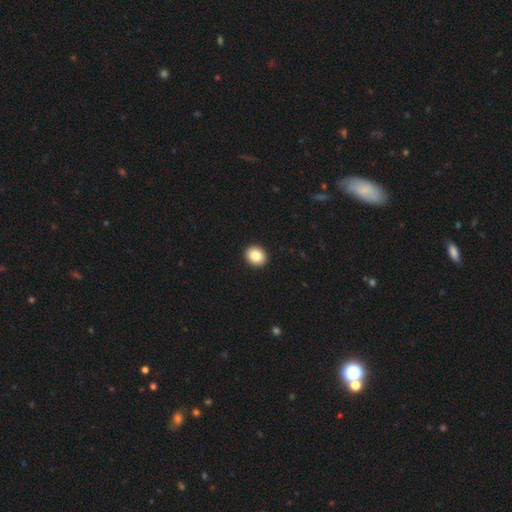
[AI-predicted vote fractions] A smooth galaxy with no disk features (85%) that is round (70%).

Vote fractions:
- Smooth or featured? smooth: 85% / star or artifact: 8% / featured or disk: 6%
- How rounded? round: 70% / in between: 29% / cigar-shaped: 1%
- Merging? none: 93% / minor disturbance: 4% / major disturbance: 1% / merger: 1%